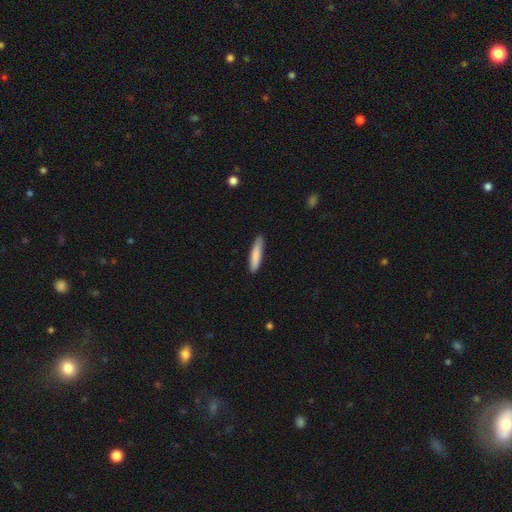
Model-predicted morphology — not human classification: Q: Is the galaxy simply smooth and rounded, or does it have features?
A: smooth — 83%.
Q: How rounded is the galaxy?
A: cigar-shaped — 85%.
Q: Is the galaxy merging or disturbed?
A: none — 83%.